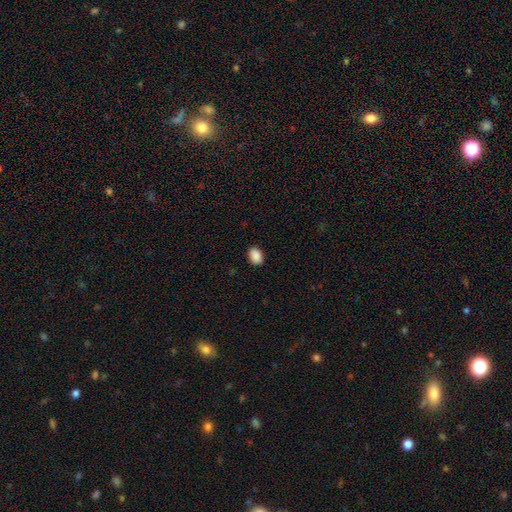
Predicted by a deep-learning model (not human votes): smooth_or_featured: smooth (p=0.90) [alt: star or artifact p=0.08]
how_rounded: in between (p=0.76) [alt: round p=0.23]
merging: none (p=0.89) [alt: minor disturbance p=0.08]